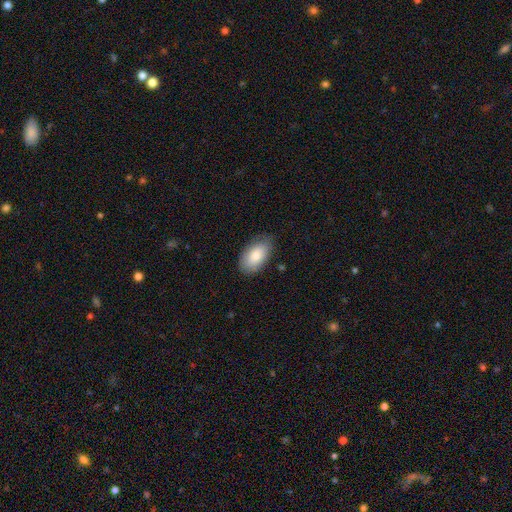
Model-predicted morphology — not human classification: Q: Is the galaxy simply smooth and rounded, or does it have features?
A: smooth — 81%.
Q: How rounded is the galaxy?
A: in between — 94%.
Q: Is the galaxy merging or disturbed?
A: none — 80%.